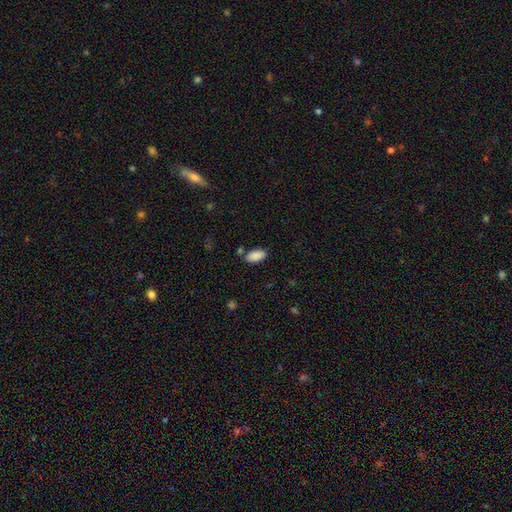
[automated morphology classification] A smooth galaxy with no disk features (89%) that is in between round and cigar-shaped (94%). Merging: none (78%).